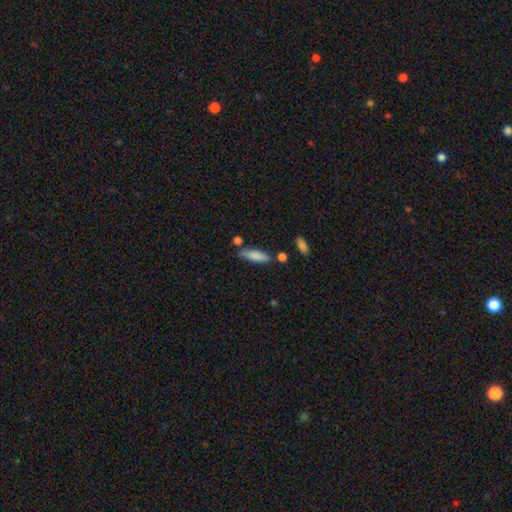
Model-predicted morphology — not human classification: smooth_or_featured: smooth (p=0.83) [alt: featured or disk p=0.11]
how_rounded: cigar-shaped (p=0.52) [alt: in between p=0.46]
merging: none (p=0.70) [alt: minor disturbance p=0.18]